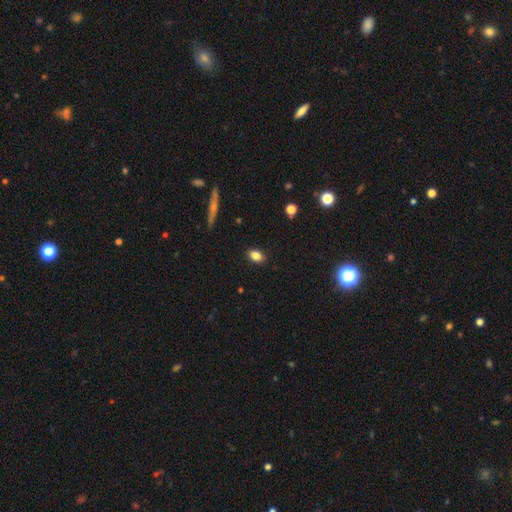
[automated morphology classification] type=smooth (84%); roundness=in between (83%); merging=none (88%).